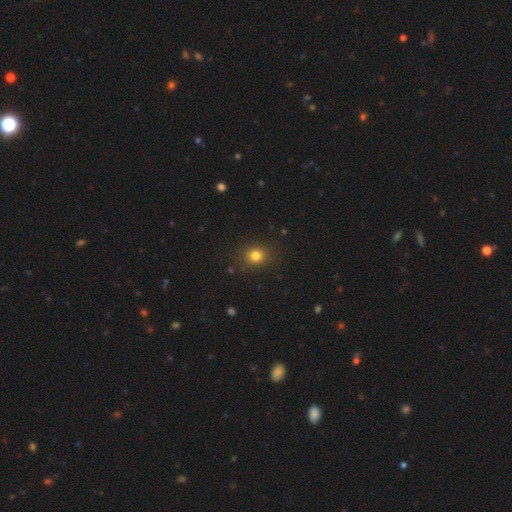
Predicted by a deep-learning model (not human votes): Smooth or featured: smooth — 80% (star or artifact — 14%)
How rounded: round — 71% (in between — 28%)
Merging: none — 86% (minor disturbance — 9%)